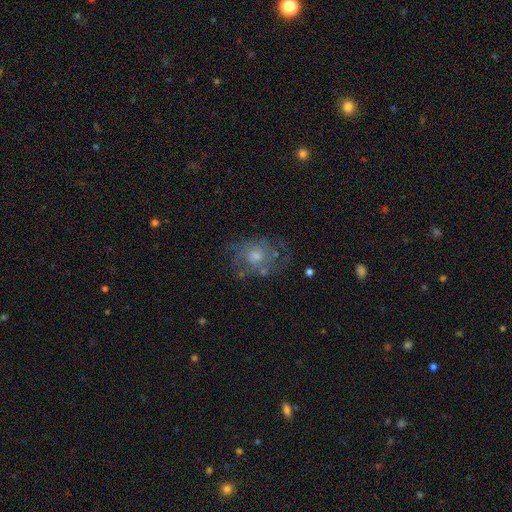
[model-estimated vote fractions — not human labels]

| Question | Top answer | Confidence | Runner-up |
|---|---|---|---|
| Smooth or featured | featured or disk | 55% | smooth (31%) |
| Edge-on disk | no | 96% | yes (4%) |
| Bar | no | 84% | weak (14%) |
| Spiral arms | yes | 63% | no (37%) |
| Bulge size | moderate | 52% | small (35%) |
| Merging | none | 64% | minor disturbance (20%) |